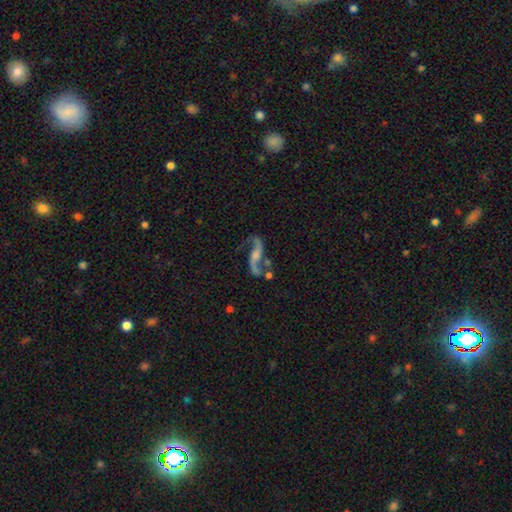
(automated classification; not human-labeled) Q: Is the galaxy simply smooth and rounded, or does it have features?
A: featured or disk — 84%.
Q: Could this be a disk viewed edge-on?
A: no — 94%.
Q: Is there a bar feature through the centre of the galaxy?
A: no — 47%.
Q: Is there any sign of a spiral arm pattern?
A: yes — 94%.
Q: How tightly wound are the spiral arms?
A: loose — 86%.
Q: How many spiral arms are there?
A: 2 — 92%.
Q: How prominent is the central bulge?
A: small — 35%.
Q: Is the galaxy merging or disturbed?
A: none — 57%.